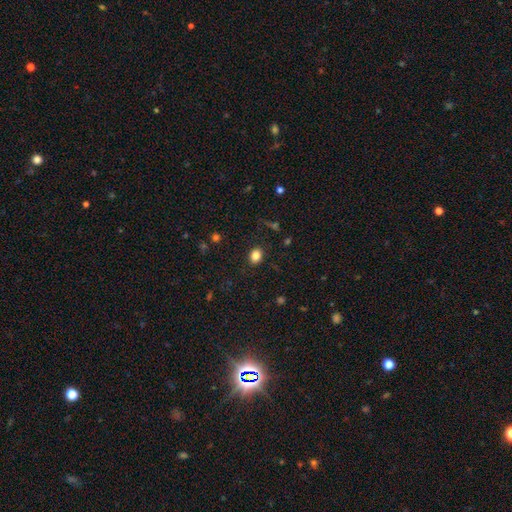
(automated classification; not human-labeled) smooth_or_featured: smooth (p=0.84) [alt: star or artifact p=0.11]
how_rounded: in between (p=0.50) [alt: round p=0.49]
merging: none (p=0.88) [alt: minor disturbance p=0.09]